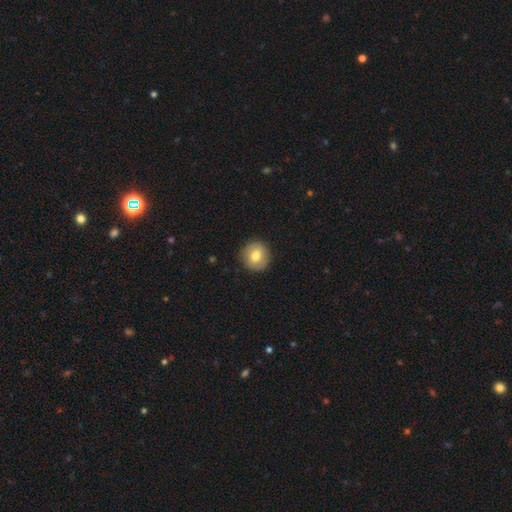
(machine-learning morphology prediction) smooth 75%, featured or disk 17%, star or artifact 8%. Down the decision tree: how rounded — round (93%); merging — none (89%).